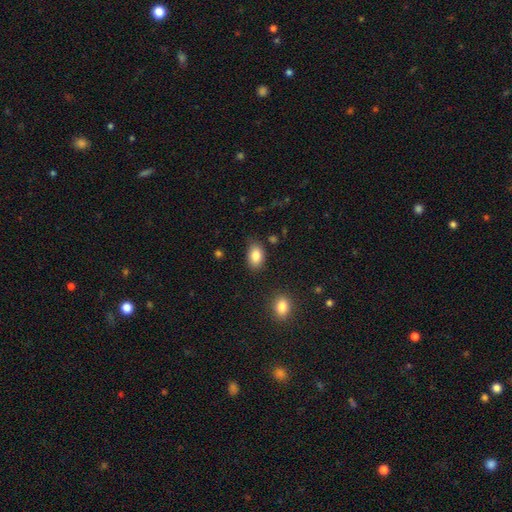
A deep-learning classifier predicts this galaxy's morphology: A smooth galaxy with no disk features (85%) that is in between round and cigar-shaped (87%). Merging: none (80%).